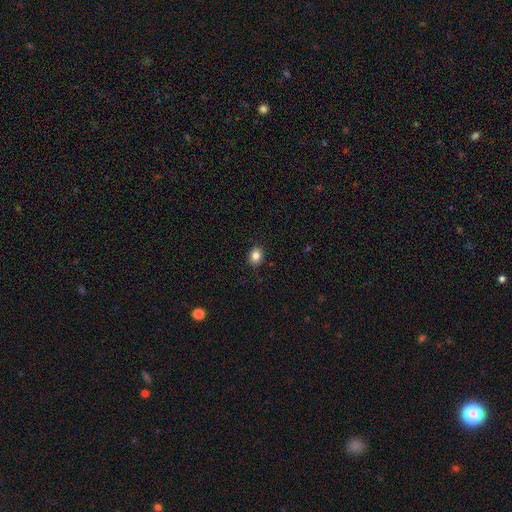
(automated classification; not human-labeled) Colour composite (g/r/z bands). It shows a smooth galaxy with no disk features (86%) that is in between round and cigar-shaped (56%). Merging: none (90%).